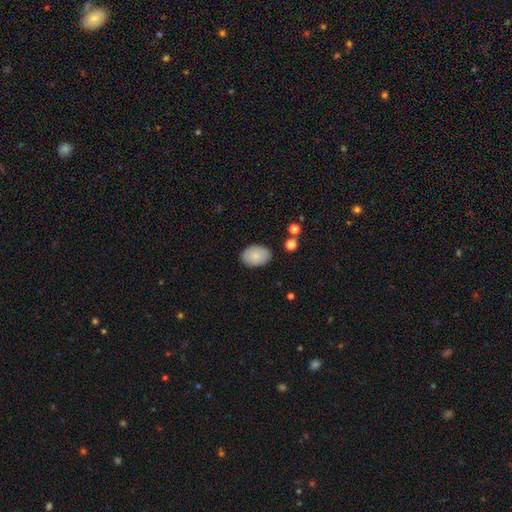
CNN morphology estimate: Smooth or featured? smooth (84%)
How rounded? in between (84%)
Merging? none (86%)